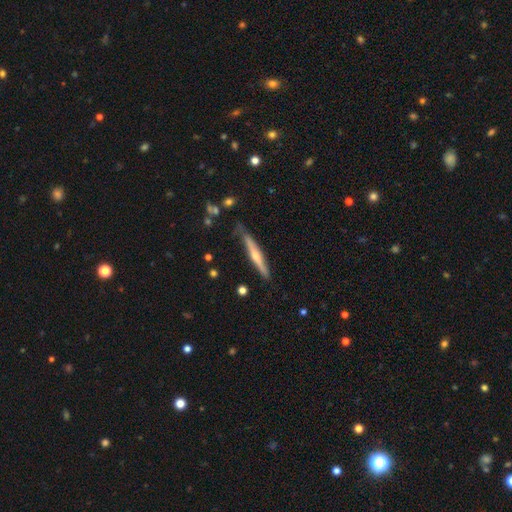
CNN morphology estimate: Q: Smooth or featured?
A: featured or disk (58%); runner-up: smooth (36%)
Q: Edge-on disk?
A: yes (95%); runner-up: no (5%)
Q: Edge-on bulge?
A: rounded (74%); runner-up: none (20%)
Q: Merging?
A: none (78%); runner-up: minor disturbance (17%)